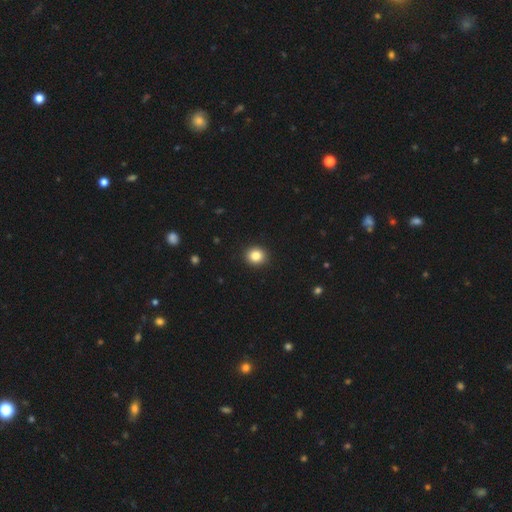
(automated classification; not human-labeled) smooth_or_featured: smooth (p=0.84) [alt: star or artifact p=0.10]
how_rounded: round (p=0.84) [alt: in between p=0.15]
merging: none (p=0.93) [alt: minor disturbance p=0.05]